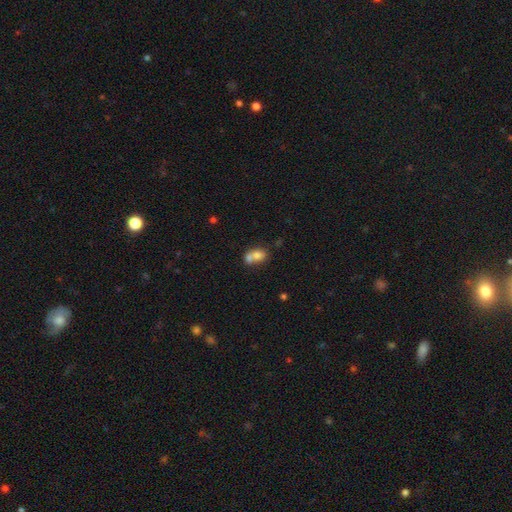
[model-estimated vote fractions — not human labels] smooth-or-featured: smooth: 72% | featured or disk: 18% | star or artifact: 10%
  how-rounded: in between: 52% | round: 47% | cigar-shaped: 1%
  merging: merger: 65% | none: 24% | minor disturbance: 7% | major disturbance: 3%